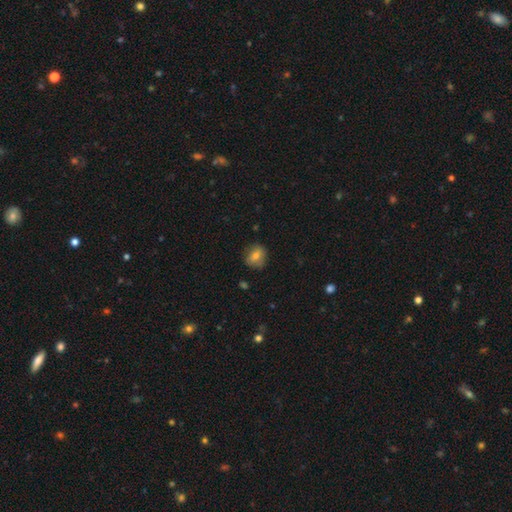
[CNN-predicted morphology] This is likely a smooth galaxy (74%). How rounded: likely round (67%). Merging: likely none (78%).